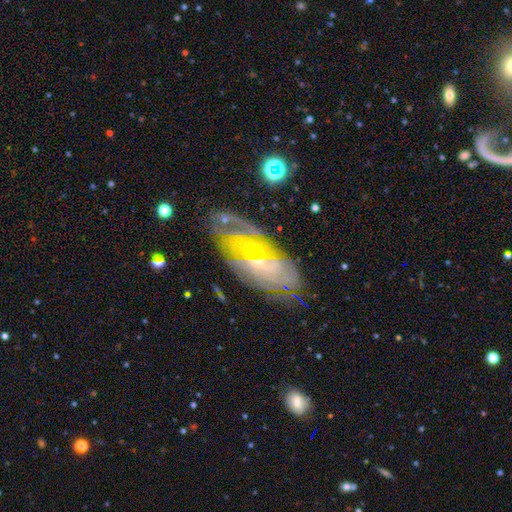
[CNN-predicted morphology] featured or disk 71%, smooth 18%, star or artifact 11%. Down the decision tree: edge-on disk — no (88%); bar — no (52%); spiral arms — yes (76%); bulge size — small (71%); merging — none (69%).